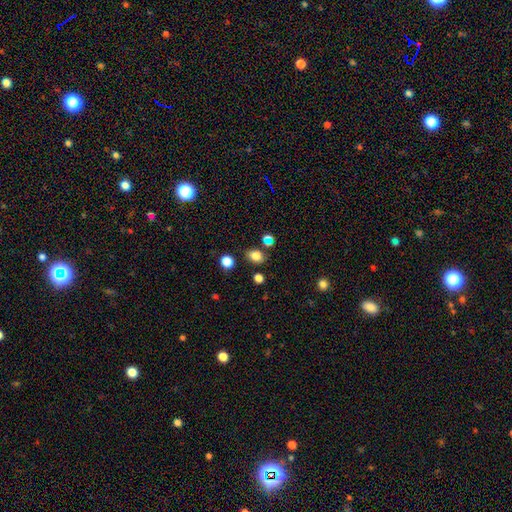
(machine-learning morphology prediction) This is likely a smooth galaxy (79%). How rounded: likely in between (61%). Merging: likely none (75%).